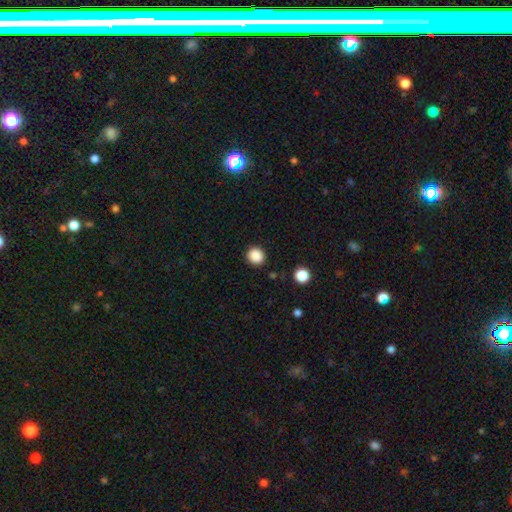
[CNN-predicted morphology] Overall: smooth (87%). How rounded: round (84%). Merging: none (89%).